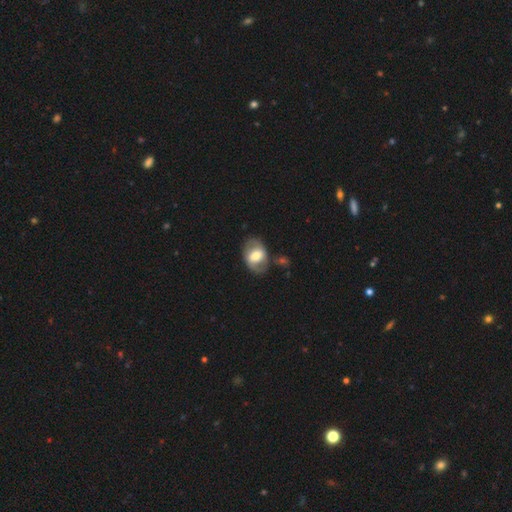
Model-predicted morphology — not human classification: featured or disk 47%, smooth 46%, star or artifact 6%. Down the decision tree: merging — none (67%).